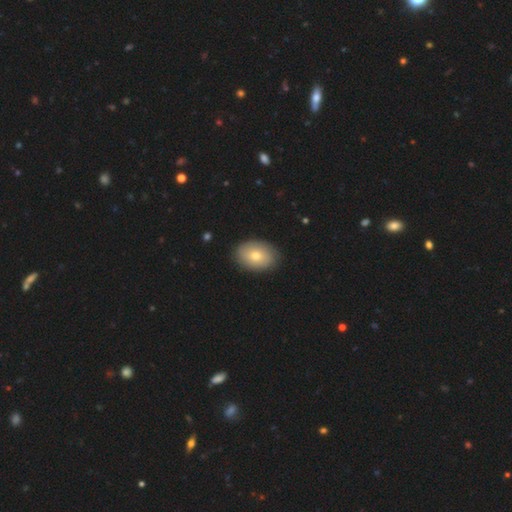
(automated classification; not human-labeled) A smooth galaxy with no disk features (74%) that is in between round and cigar-shaped (81%). Merging: none (88%).